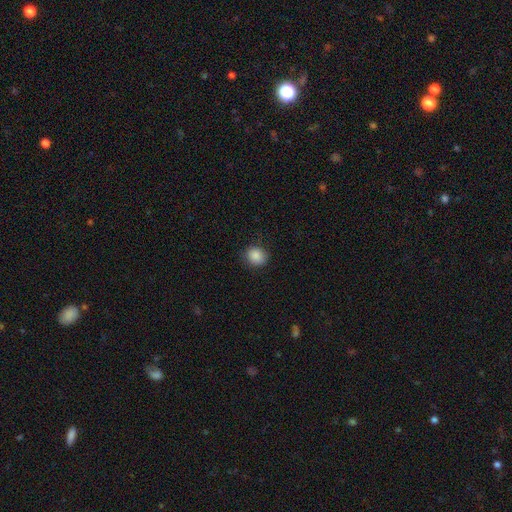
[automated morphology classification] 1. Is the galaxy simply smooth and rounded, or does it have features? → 88% smooth, 9% star or artifact, 3% featured or disk.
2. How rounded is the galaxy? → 79% round, 20% in between, 1% cigar-shaped.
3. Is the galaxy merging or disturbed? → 85% none, 11% minor disturbance, 3% major disturbance, 1% merger.